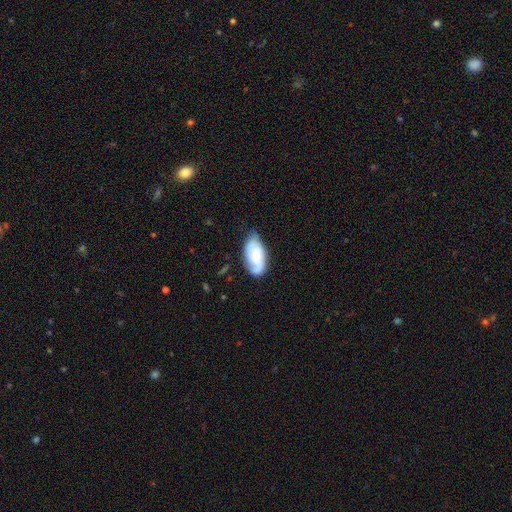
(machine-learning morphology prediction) type=smooth (47%, tied with featured or disk); merging=none (62%).